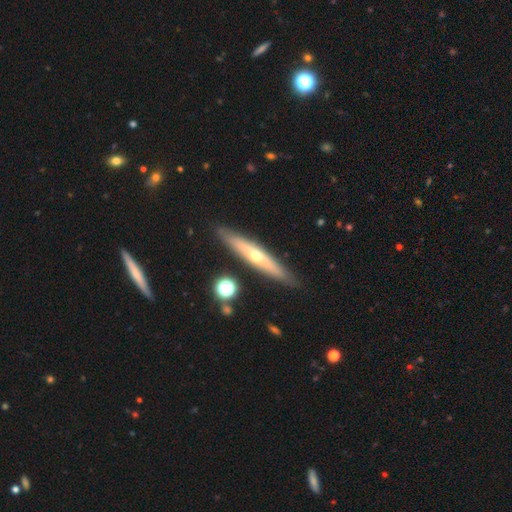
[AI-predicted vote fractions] featured or disk 57%, smooth 37%, star or artifact 7%. Down the decision tree: edge-on disk — yes (87%); merging — none (88%).